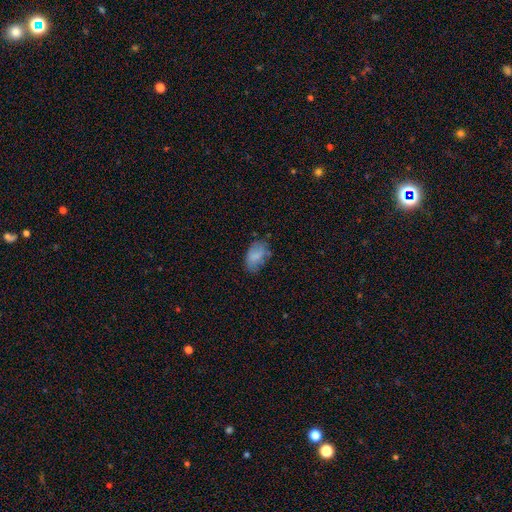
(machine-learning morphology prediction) A smooth galaxy with no disk features (78%) that is in between round and cigar-shaped (91%). Merging: none (60%).